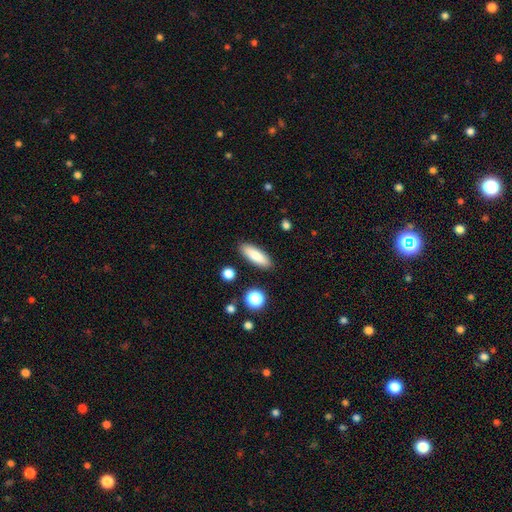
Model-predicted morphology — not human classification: A smooth galaxy with no disk features (83%) that is in between round and cigar-shaped (55%).

Vote fractions:
- Smooth or featured? smooth: 83% / featured or disk: 10% / star or artifact: 7%
- How rounded? in between: 55% / cigar-shaped: 43% / round: 2%
- Merging? none: 88% / minor disturbance: 8% / major disturbance: 2% / merger: 2%